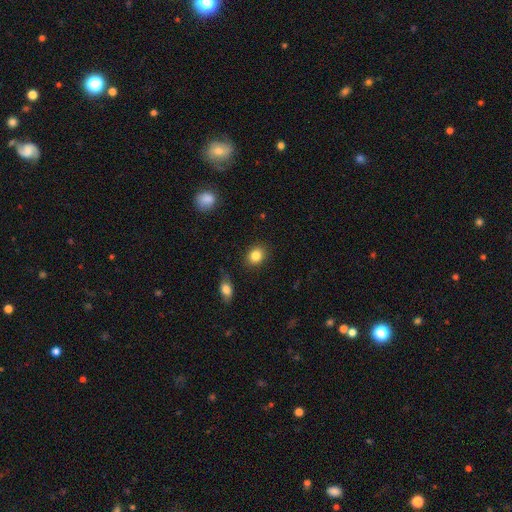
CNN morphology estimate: type=smooth (85%); roundness=round (52%); merging=none (87%).